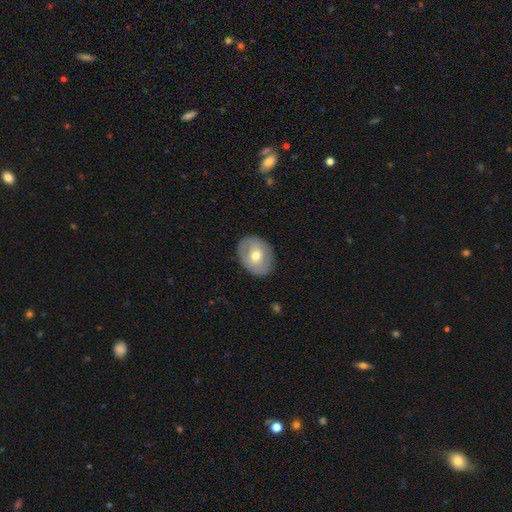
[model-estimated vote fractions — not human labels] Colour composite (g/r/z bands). It shows a smooth galaxy with no disk features (54%) that is in between round and cigar-shaped (56%). Merging: none (84%).